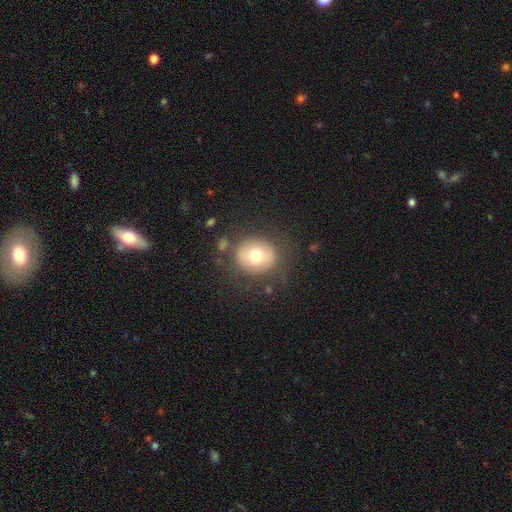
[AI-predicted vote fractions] smooth 68%, featured or disk 22%, star or artifact 10%. Down the decision tree: how rounded — round (79%); merging — none (78%).